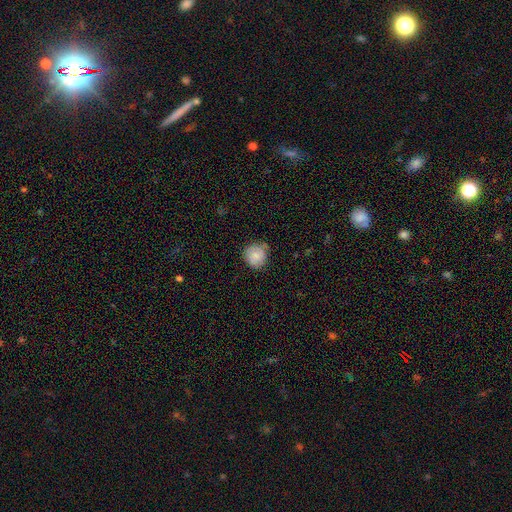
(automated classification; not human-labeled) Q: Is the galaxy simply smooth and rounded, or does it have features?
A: smooth — 74%.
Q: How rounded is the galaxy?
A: round — 88%.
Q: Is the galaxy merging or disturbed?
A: none — 72%.